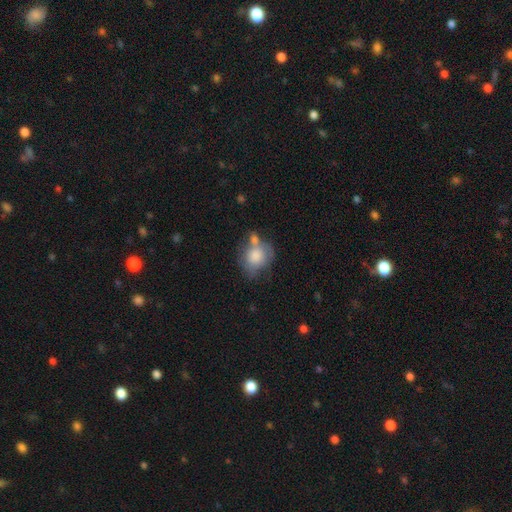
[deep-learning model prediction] Morphology: type=smooth (74%); roundness=round (62%); merging=none (33%).